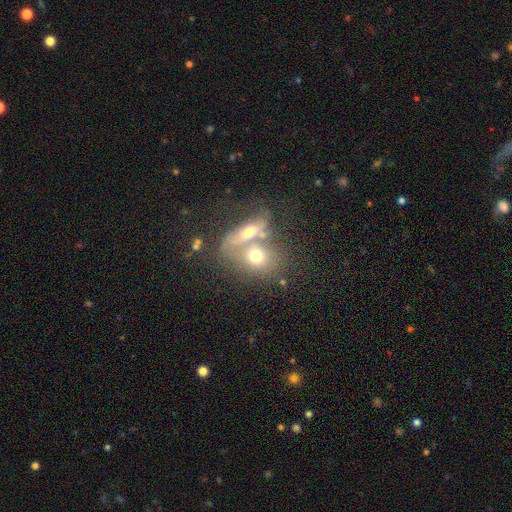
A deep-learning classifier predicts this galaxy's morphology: Overall: smooth (61%; featured or disk 28%). How rounded: in between (51%; round 45%). Merging: merger (58%; none 26%).